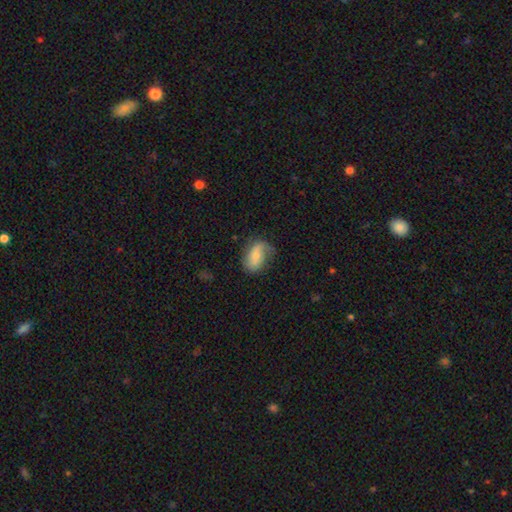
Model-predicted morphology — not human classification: Smooth or featured? Predicted: smooth (p=0.52). How rounded? Predicted: in between (p=0.85). Merging? Predicted: none (p=0.54).